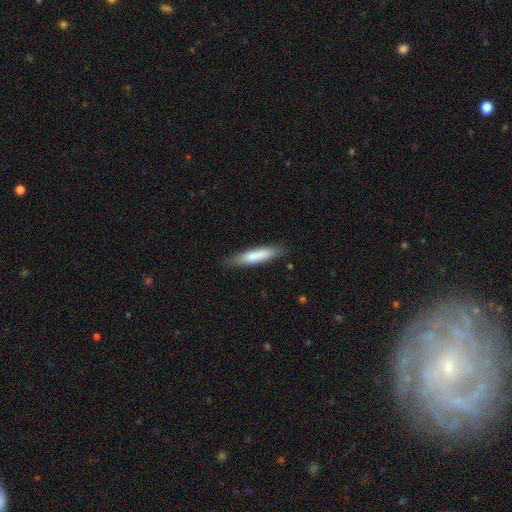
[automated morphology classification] A smooth galaxy with no disk features (78%) that is cigar-shaped (82%). Merging: none (82%).